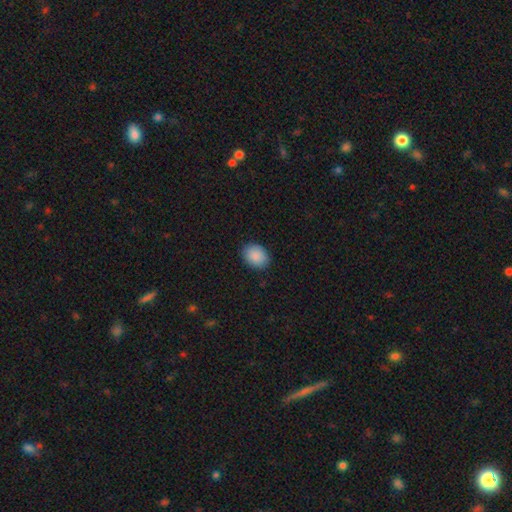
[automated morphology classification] Smooth or featured?
  - smooth: 89% *
  - star or artifact: 7%
  - featured or disk: 3%
How rounded?
  - in between: 64% *
  - round: 35%
  - cigar-shaped: 1%
Merging?
  - none: 87% *
  - minor disturbance: 10%
  - major disturbance: 2%
  - merger: 1%